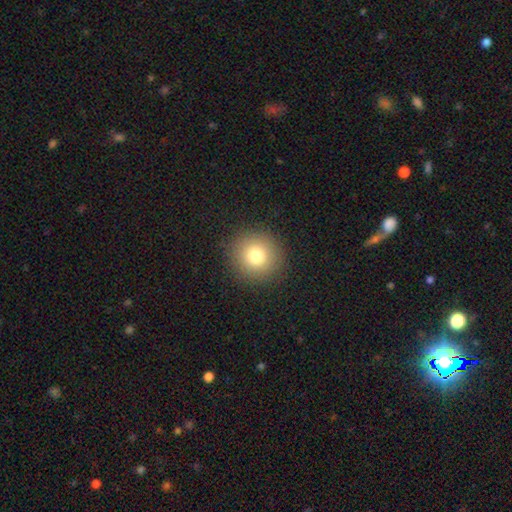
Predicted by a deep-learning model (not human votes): Smooth or featured?
  - smooth: 78% *
  - star or artifact: 13%
  - featured or disk: 9%
How rounded?
  - round: 94% *
  - in between: 5%
  - cigar-shaped: 1%
Merging?
  - none: 91% *
  - minor disturbance: 6%
  - major disturbance: 2%
  - merger: 1%